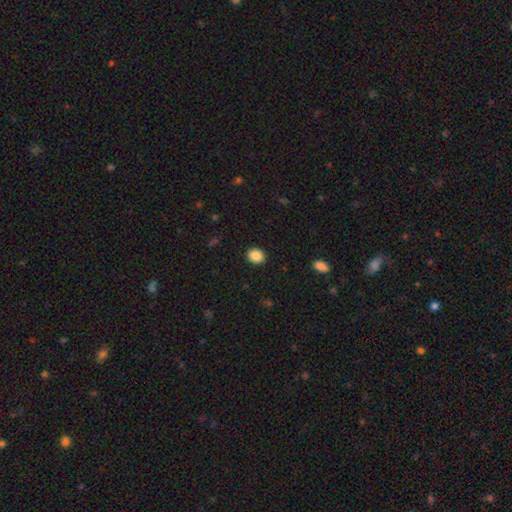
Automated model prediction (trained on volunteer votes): A smooth galaxy with no disk features (88%) that is round (62%).

Vote fractions:
- Smooth or featured? smooth: 88% / star or artifact: 9% / featured or disk: 3%
- How rounded? round: 62% / in between: 37% / cigar-shaped: 1%
- Merging? none: 91% / minor disturbance: 6% / major disturbance: 2% / merger: 1%